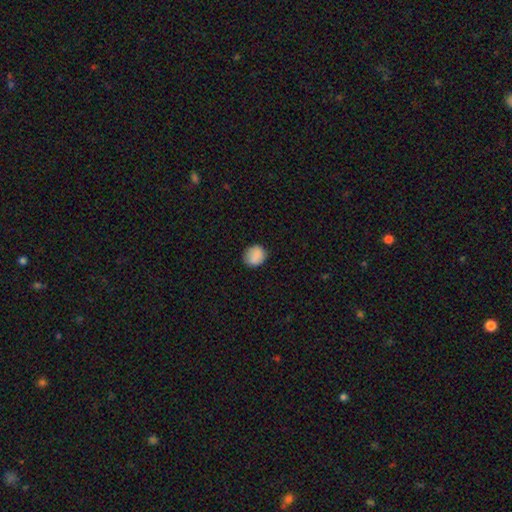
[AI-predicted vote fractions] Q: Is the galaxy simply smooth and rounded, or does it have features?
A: smooth — 86%.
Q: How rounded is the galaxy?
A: round — 79%.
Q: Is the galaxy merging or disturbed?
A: none — 85%.